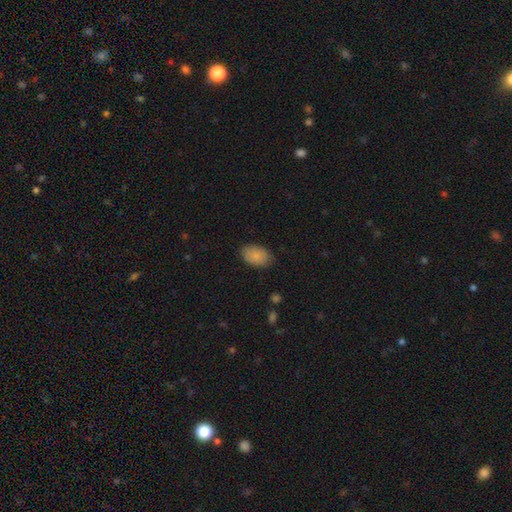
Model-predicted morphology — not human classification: type=smooth (85%); roundness=in between (89%); merging=none (82%).